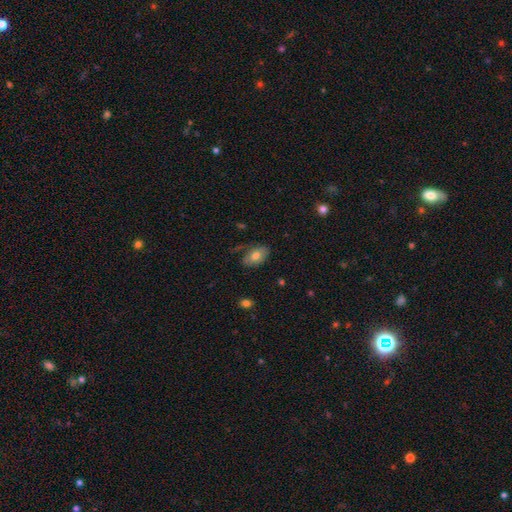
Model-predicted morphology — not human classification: Smooth or featured?
  - smooth: 67% *
  - featured or disk: 26%
  - star or artifact: 7%
How rounded?
  - in between: 91% *
  - round: 8%
  - cigar-shaped: 2%
Merging?
  - none: 67% *
  - minor disturbance: 22%
  - major disturbance: 9%
  - merger: 2%